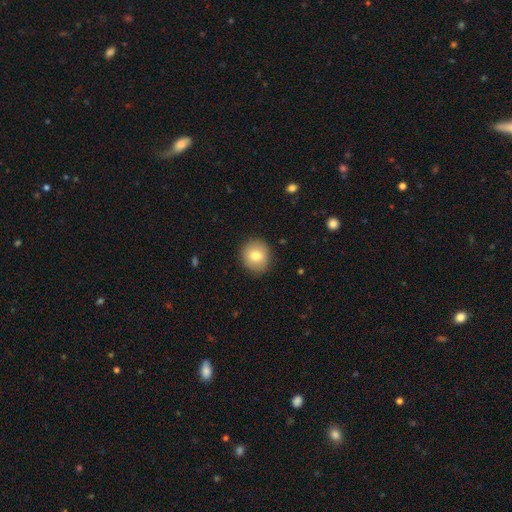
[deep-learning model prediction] Morphology: type=smooth (77%); roundness=round (85%); merging=none (90%).